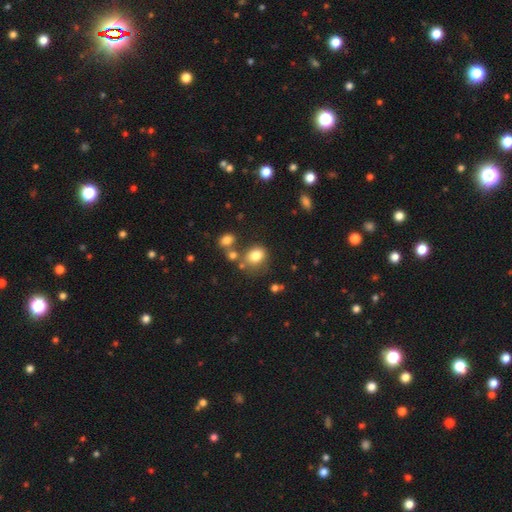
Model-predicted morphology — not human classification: type=smooth (80%); roundness=round (52%); merging=none (60%).